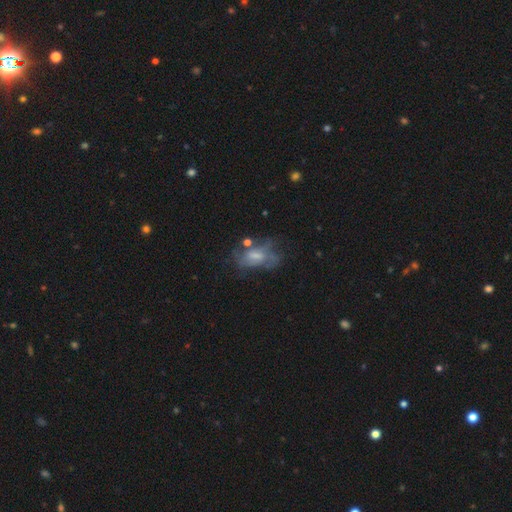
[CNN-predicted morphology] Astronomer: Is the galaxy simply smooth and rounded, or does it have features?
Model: featured or disk — 51% (runner-up: smooth, 38%).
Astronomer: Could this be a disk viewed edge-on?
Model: no — 94%.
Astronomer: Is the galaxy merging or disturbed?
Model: none — 37% (runner-up: major disturbance, 29%).